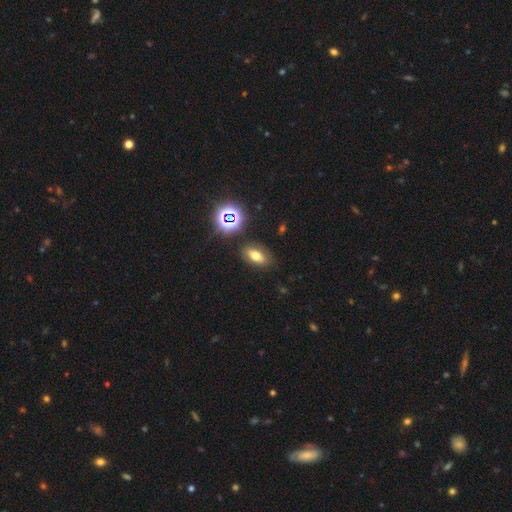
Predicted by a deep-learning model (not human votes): This is likely a smooth galaxy (64%). How rounded: clearly in between (82%). Merging: clearly none (83%).